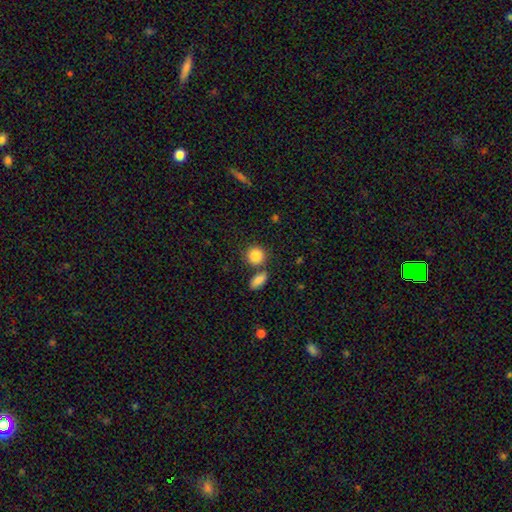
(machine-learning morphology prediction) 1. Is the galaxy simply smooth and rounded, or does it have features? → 87% smooth, 8% star or artifact, 5% featured or disk.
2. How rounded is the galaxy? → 82% round, 16% in between, 1% cigar-shaped.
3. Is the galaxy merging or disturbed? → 69% none, 18% merger, 10% minor disturbance, 3% major disturbance.